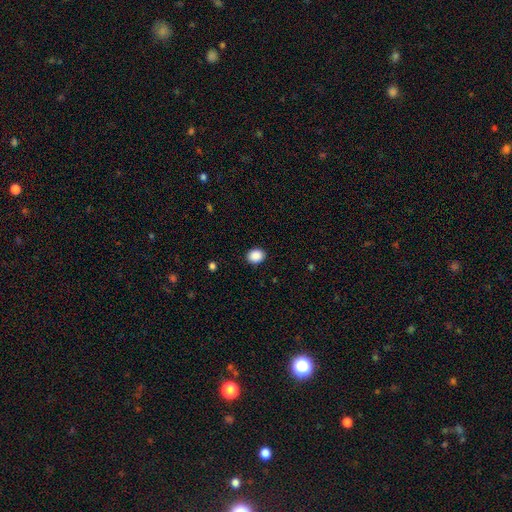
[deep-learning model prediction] The model was most divided on "how rounded": round: 55%, in between: 44%, cigar-shaped: 1%. More confident: merging — none (90%); smooth or featured — smooth (89%).